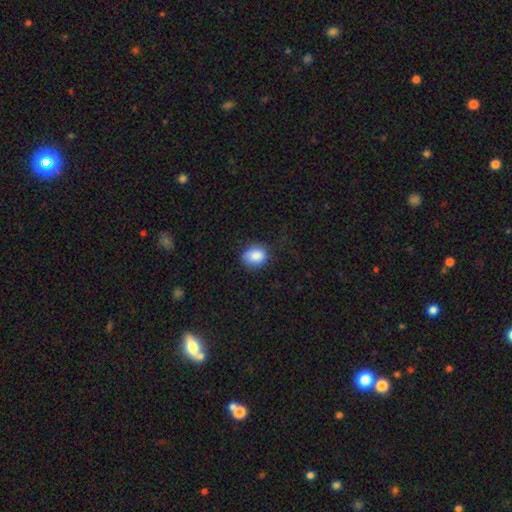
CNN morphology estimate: This appears to be a smooth galaxy with no disk features (86%) that is round (61%). Merging: none (73%).